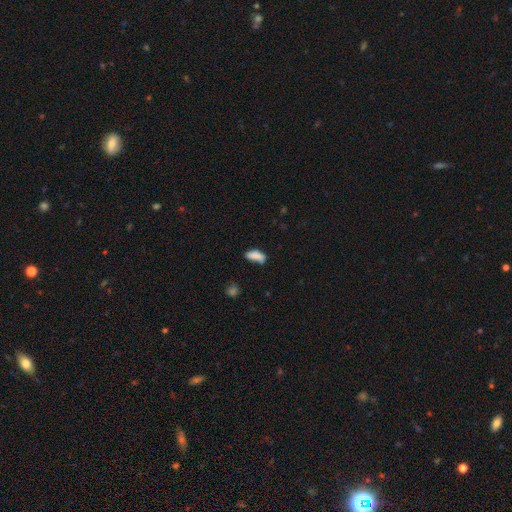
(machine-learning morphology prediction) Smooth or featured? smooth (81%)
How rounded? in between (81%)
Merging? none (47%)